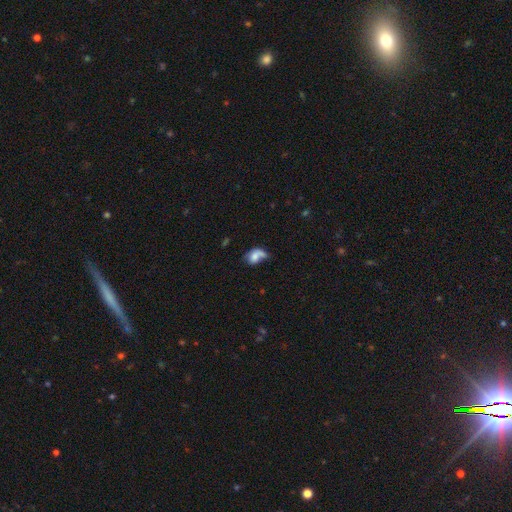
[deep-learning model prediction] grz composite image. It shows a smooth galaxy with no disk features (62%) that is in between round and cigar-shaped (77%). Merging: major disturbance (29%).